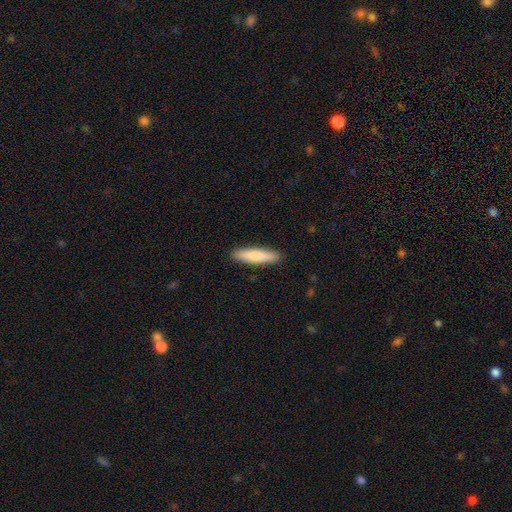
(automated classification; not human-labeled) smooth_or_featured: smooth (p=0.80) [alt: featured or disk p=0.15]
how_rounded: cigar-shaped (p=0.80) [alt: in between p=0.18]
merging: none (p=0.90) [alt: minor disturbance p=0.07]